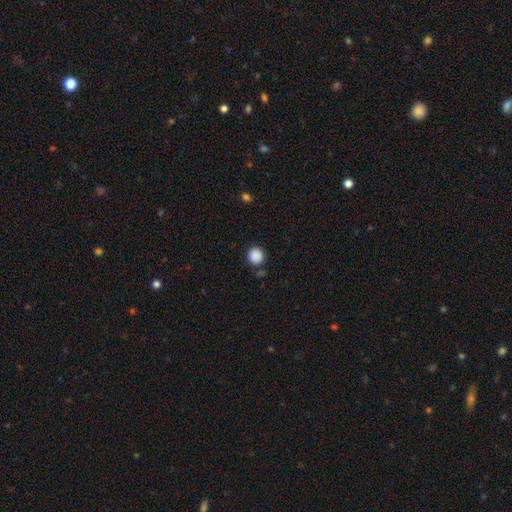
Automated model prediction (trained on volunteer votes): smooth 88%, star or artifact 10%, featured or disk 2%. Down the decision tree: how rounded — round (92%); merging — none (86%).